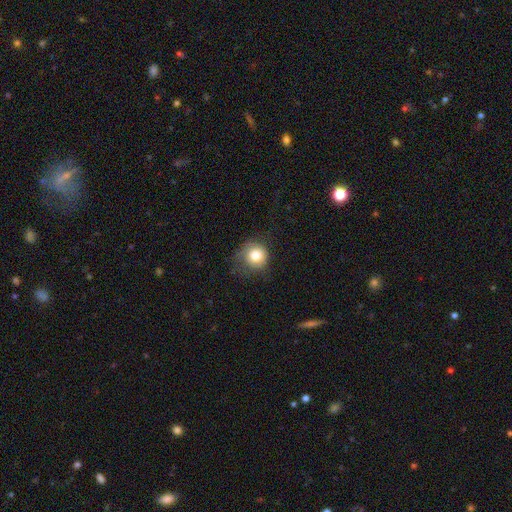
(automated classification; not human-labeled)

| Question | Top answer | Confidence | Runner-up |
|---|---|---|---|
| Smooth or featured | smooth | 80% | star or artifact (10%) |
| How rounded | round | 89% | in between (10%) |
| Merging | none | 62% | minor disturbance (25%) |